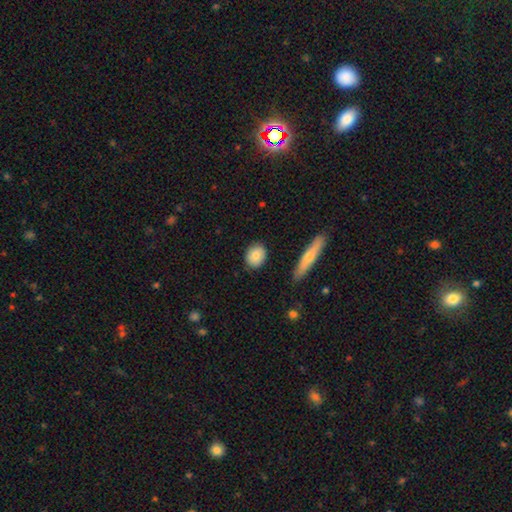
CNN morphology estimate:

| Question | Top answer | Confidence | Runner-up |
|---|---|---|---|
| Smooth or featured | smooth | 83% | featured or disk (10%) |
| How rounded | round | 61% | in between (36%) |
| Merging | none | 85% | minor disturbance (11%) |